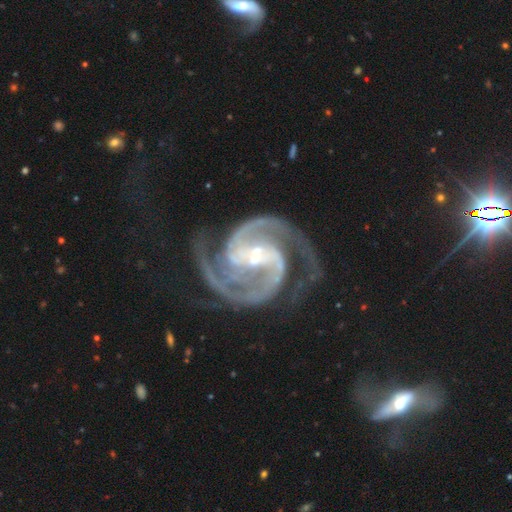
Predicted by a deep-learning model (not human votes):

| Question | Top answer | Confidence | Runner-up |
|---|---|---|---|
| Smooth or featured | featured or disk | 94% | star or artifact (4%) |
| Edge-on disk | no | 98% | yes (2%) |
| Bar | weak | 45% | strong (38%) |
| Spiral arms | yes | 99% | no (1%) |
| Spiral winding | medium | 52% | tight (41%) |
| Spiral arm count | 2 | 76% | 3 (13%) |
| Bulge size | small | 56% | moderate (32%) |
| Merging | none | 68% | minor disturbance (18%) |